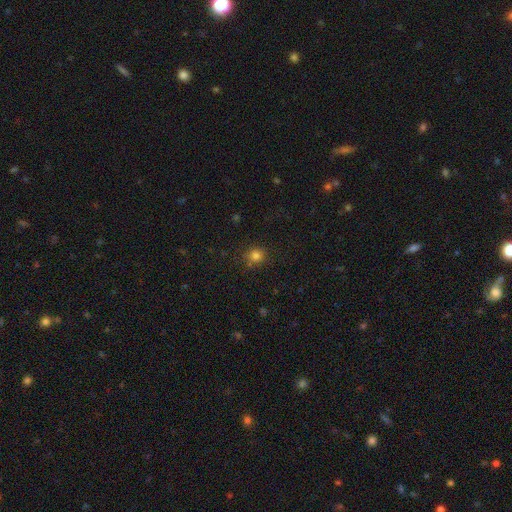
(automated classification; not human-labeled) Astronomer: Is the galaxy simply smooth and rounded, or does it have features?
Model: smooth — 80%.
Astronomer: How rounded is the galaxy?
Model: round — 83%.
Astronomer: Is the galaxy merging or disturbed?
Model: none — 82%.